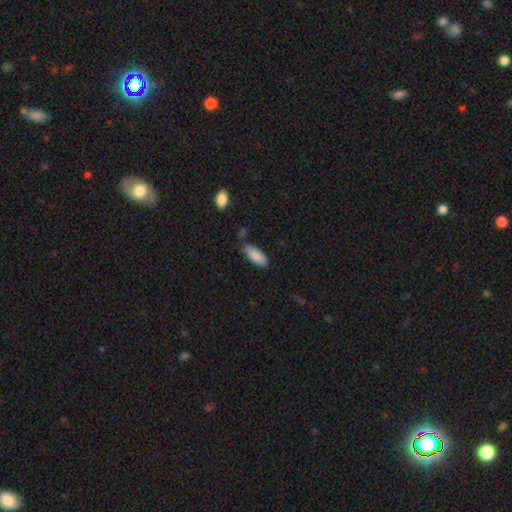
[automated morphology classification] Smooth or featured?
  - smooth: 88% *
  - star or artifact: 6%
  - featured or disk: 6%
How rounded?
  - in between: 73% *
  - cigar-shaped: 25%
  - round: 2%
Merging?
  - none: 72% *
  - minor disturbance: 19%
  - merger: 5%
  - major disturbance: 4%